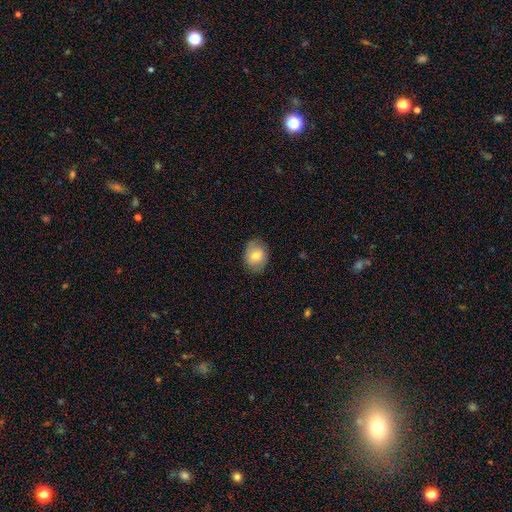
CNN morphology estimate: Smooth or featured? Predicted: smooth (p=0.73). How rounded? Predicted: in between (p=0.52). Merging? Predicted: none (p=0.82).